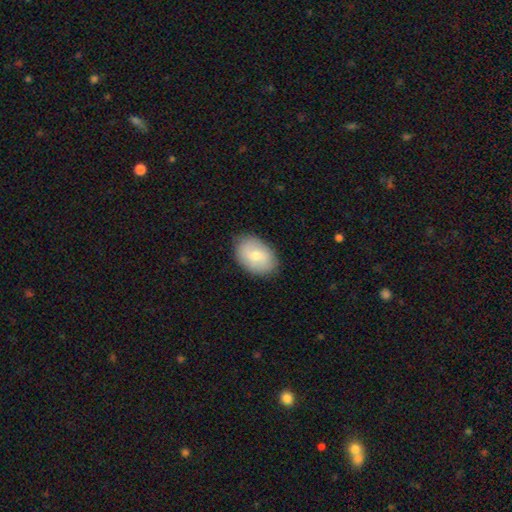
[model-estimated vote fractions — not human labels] smooth 70%, featured or disk 24%, star or artifact 6%. Down the decision tree: how rounded — in between (85%); merging — none (83%).